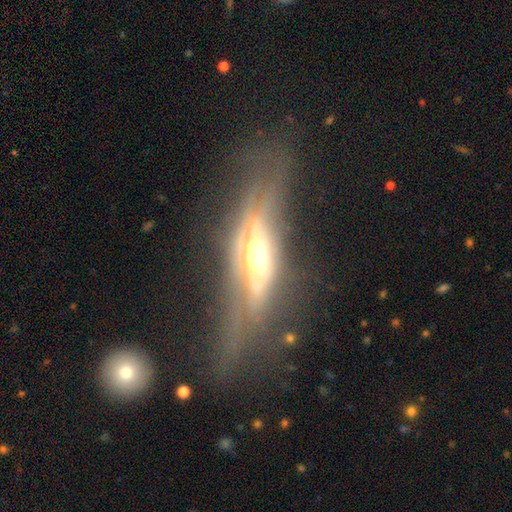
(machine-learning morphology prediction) Smooth or featured?
  - featured or disk: 78% *
  - smooth: 14%
  - star or artifact: 7%
Edge-on disk?
  - yes: 75% *
  - no: 25%
Edge-on bulge?
  - rounded: 85% *
  - boxy: 9%
  - none: 6%
Merging?
  - none: 53% *
  - major disturbance: 22%
  - minor disturbance: 22%
  - merger: 3%